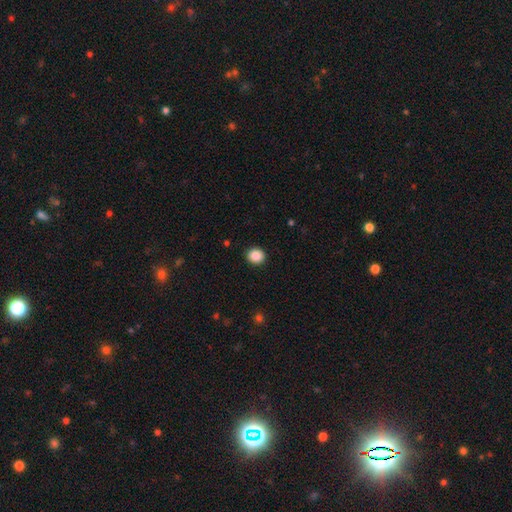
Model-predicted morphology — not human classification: smooth-or-featured: smooth: 87% | star or artifact: 9% | featured or disk: 3%
  how-rounded: round: 84% | in between: 15% | cigar-shaped: 1%
  merging: none: 92% | minor disturbance: 5% | major disturbance: 2% | merger: 1%